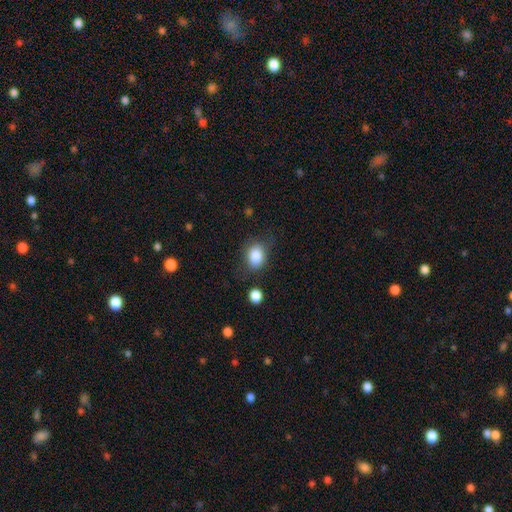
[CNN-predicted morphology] type=smooth (84%); roundness=in between (54%); merging=none (66%).